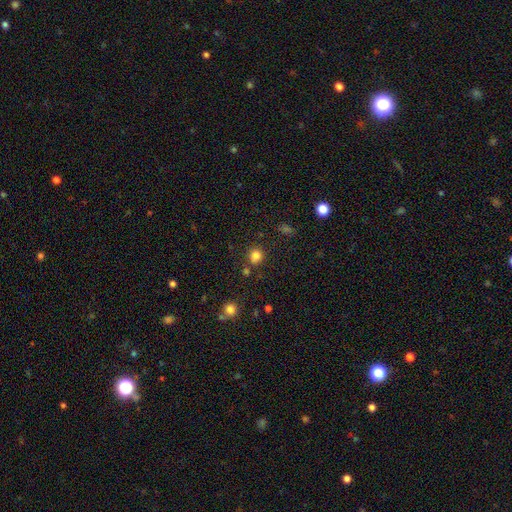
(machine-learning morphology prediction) The model was most divided on "merging": none: 76%, minor disturbance: 11%, merger: 10%, major disturbance: 3%. More confident: how rounded — round (84%); smooth or featured — smooth (81%).